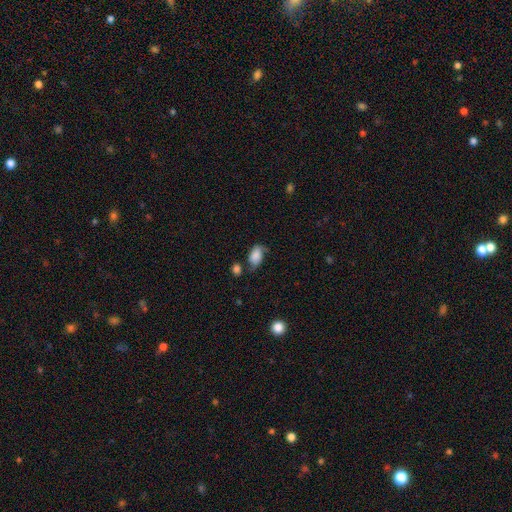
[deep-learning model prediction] Q: Smooth or featured?
A: smooth (71%); runner-up: featured or disk (20%)
Q: How rounded?
A: in between (89%); runner-up: round (9%)
Q: Merging?
A: none (41%); runner-up: minor disturbance (32%)